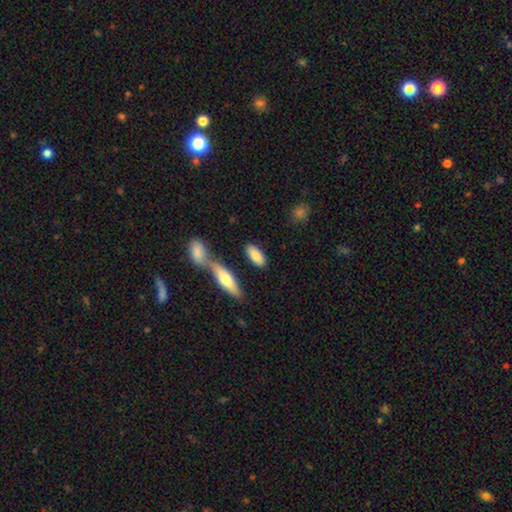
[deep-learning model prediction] Q: Smooth or featured?
A: smooth (82%); runner-up: featured or disk (12%)
Q: How rounded?
A: in between (80%); runner-up: cigar-shaped (18%)
Q: Merging?
A: none (74%); runner-up: merger (13%)